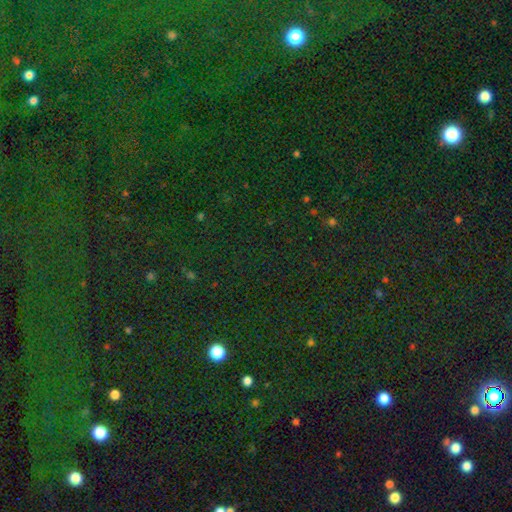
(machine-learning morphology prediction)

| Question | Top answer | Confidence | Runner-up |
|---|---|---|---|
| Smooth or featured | star or artifact | 81% | smooth (12%) |